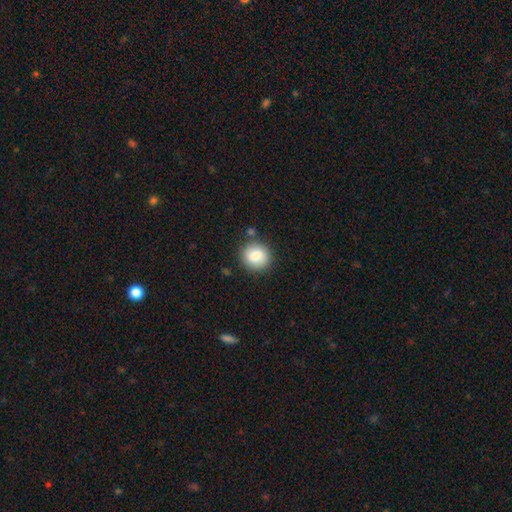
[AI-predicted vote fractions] Smooth or featured: smooth — 83% (featured or disk — 9%)
How rounded: round — 85% (in between — 14%)
Merging: none — 84% (minor disturbance — 10%)